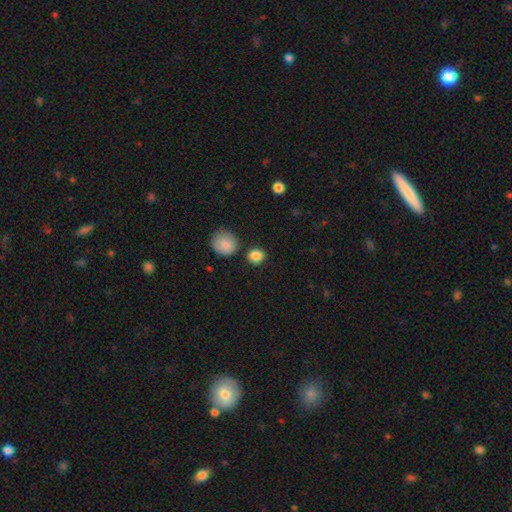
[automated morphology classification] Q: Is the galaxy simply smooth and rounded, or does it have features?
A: smooth — 86%.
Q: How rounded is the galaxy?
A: round — 80%.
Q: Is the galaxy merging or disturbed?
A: none — 83%.